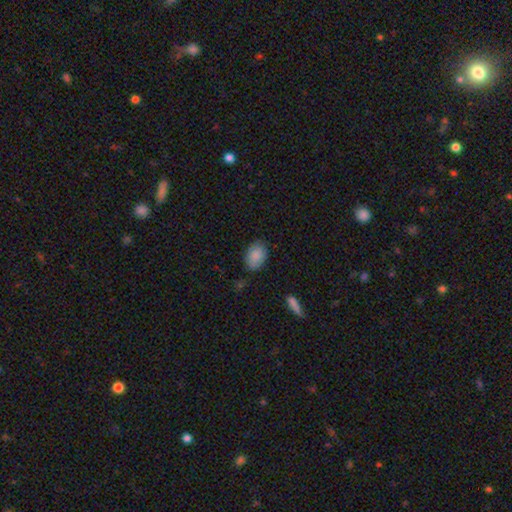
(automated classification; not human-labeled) smooth 85%, featured or disk 8%, star or artifact 7%. Down the decision tree: how rounded — in between (80%); merging — none (78%).